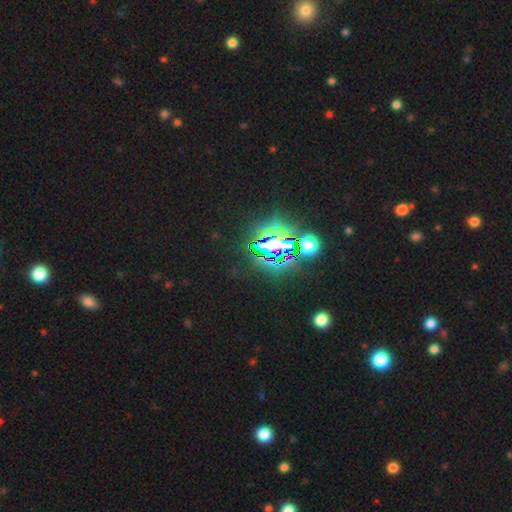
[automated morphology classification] type=star or artifact (82%).